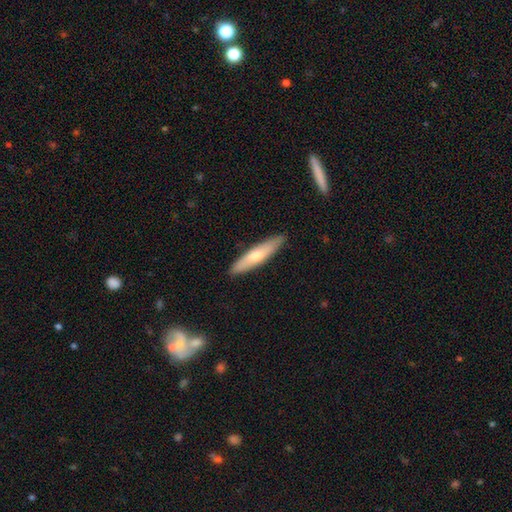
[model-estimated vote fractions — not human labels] smooth_or_featured: smooth (p=0.65) [alt: featured or disk p=0.30]
how_rounded: cigar-shaped (p=0.83) [alt: in between p=0.16]
merging: none (p=0.89) [alt: minor disturbance p=0.08]